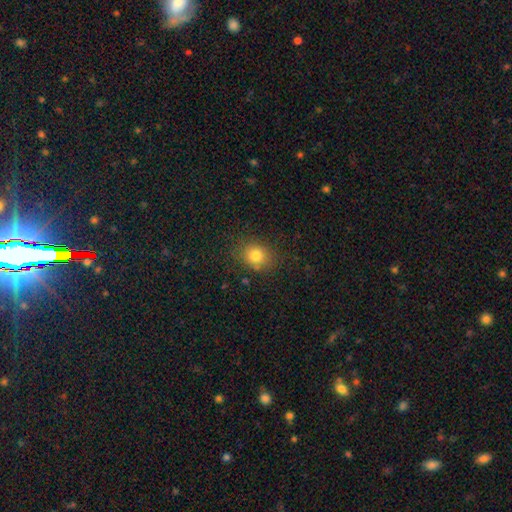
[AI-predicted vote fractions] smooth_or_featured: smooth (p=0.80) [alt: star or artifact p=0.12]
how_rounded: round (p=0.64) [alt: in between p=0.35]
merging: none (p=0.82) [alt: minor disturbance p=0.12]